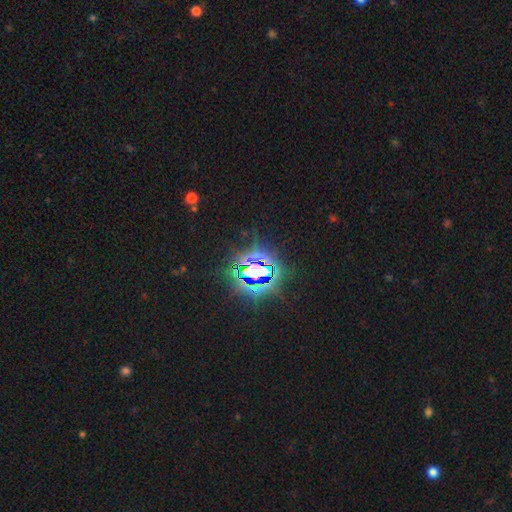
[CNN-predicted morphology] Smooth or featured: star or artifact — 83% (smooth — 10%)